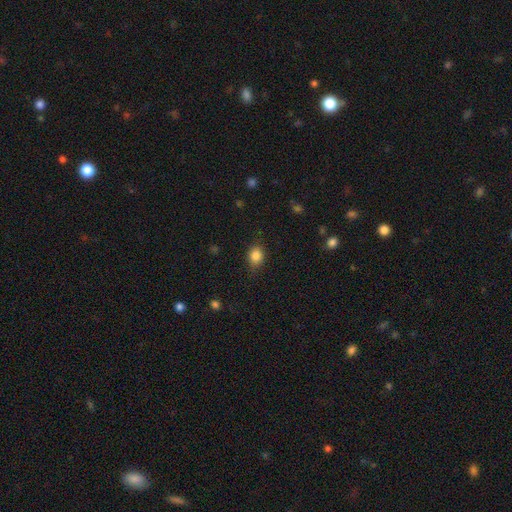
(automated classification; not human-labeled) smooth-or-featured: smooth: 85% | star or artifact: 10% | featured or disk: 5%
  how-rounded: round: 54% | in between: 45% | cigar-shaped: 1%
  merging: none: 83% | minor disturbance: 13% | major disturbance: 3% | merger: 1%